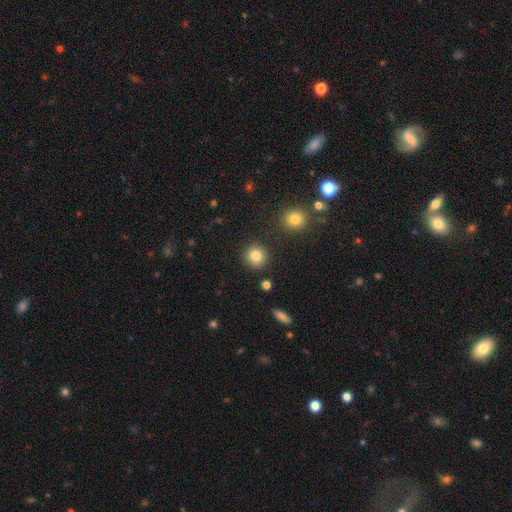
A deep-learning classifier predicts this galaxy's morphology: smooth_or_featured: smooth (p=0.84) [alt: star or artifact p=0.10]
how_rounded: round (p=0.93) [alt: in between p=0.06]
merging: none (p=0.89) [alt: minor disturbance p=0.06]